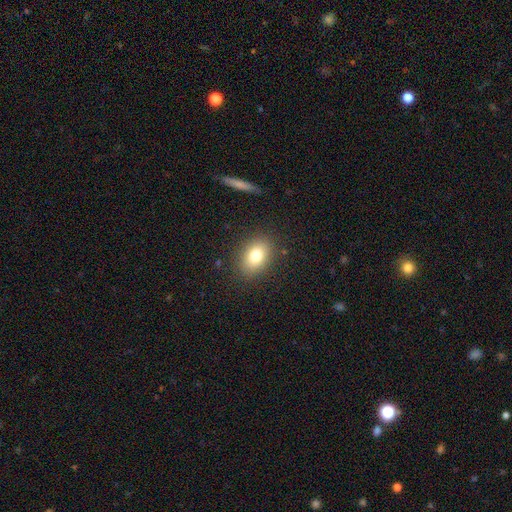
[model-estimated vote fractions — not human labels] Q: Smooth or featured?
A: smooth (79%); runner-up: featured or disk (11%)
Q: How rounded?
A: in between (73%); runner-up: round (25%)
Q: Merging?
A: none (86%); runner-up: minor disturbance (10%)